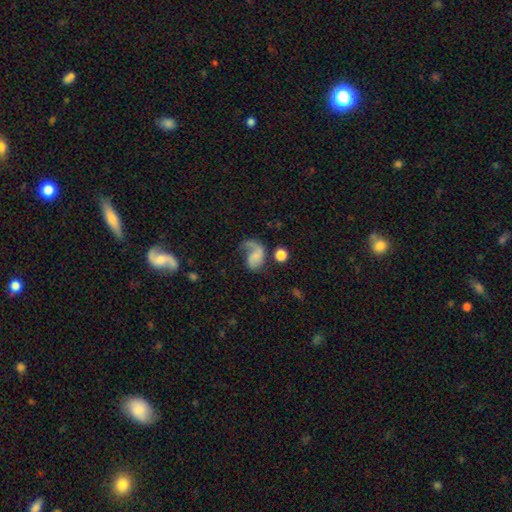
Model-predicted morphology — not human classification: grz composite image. It shows a featured or disk galaxy (61%) with no bar (66%), 1 (66%) loose (61%) spiral arms (88%) and a small central bulge (46%). Merging: major disturbance (42%).